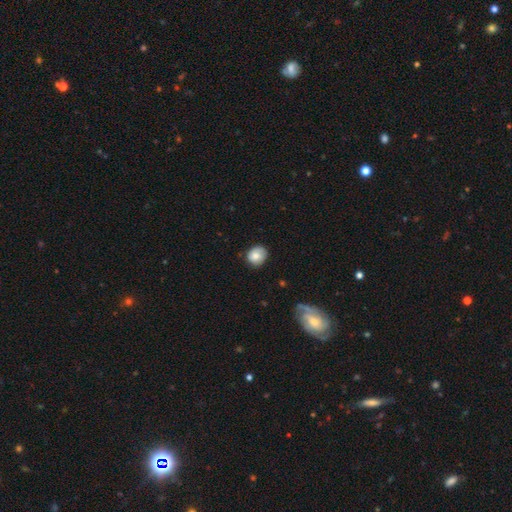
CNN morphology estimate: Smooth or featured? smooth (76%)
How rounded? round (70%)
Merging? none (72%)